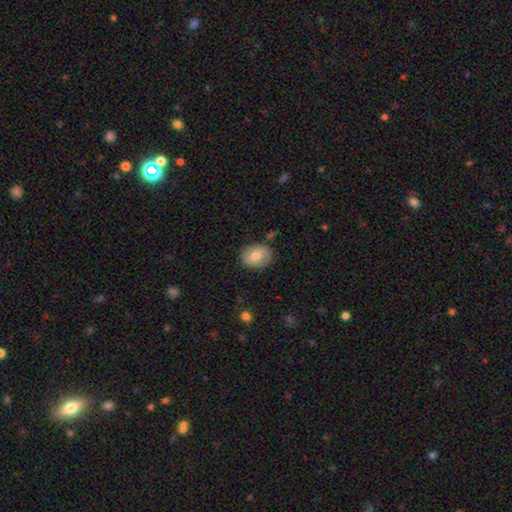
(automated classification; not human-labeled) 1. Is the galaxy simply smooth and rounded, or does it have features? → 67% smooth, 26% featured or disk, 7% star or artifact.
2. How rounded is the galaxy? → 51% round, 48% in between, 1% cigar-shaped.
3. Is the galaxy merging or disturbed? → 82% none, 13% minor disturbance, 3% major disturbance, 2% merger.